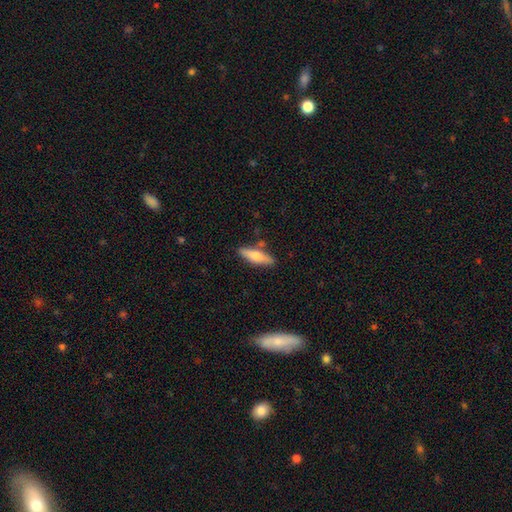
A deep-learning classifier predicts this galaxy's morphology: smooth 64%, featured or disk 30%, star or artifact 6%. Down the decision tree: how rounded — cigar-shaped (61%); merging — none (80%).